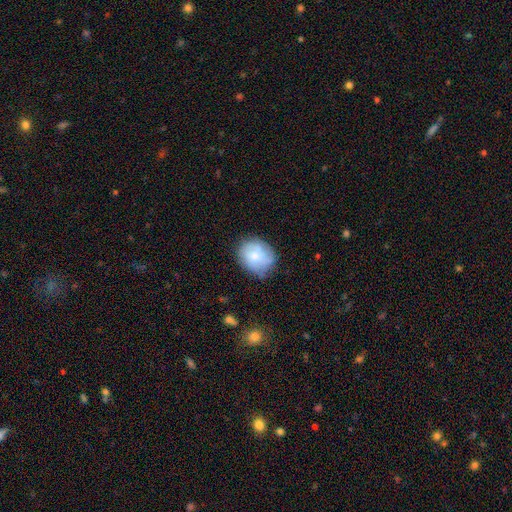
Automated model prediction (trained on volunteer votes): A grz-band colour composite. It shows a smooth galaxy with no disk features (64%) that is round (66%). Merging: none (65%).